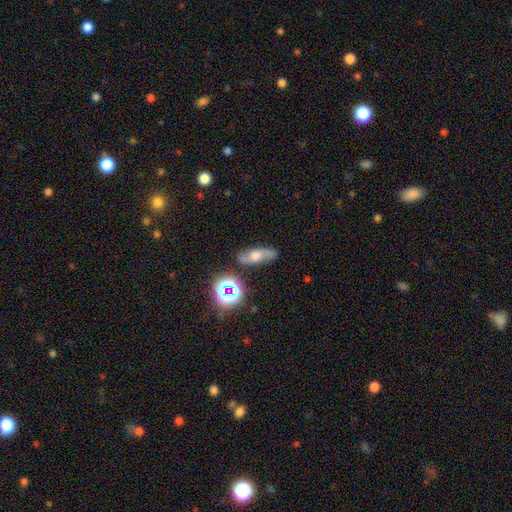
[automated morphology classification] Smooth or featured? Predicted: featured or disk (p=0.53). Edge-on disk? Predicted: no (p=0.75). Merging? Predicted: none (p=0.78).